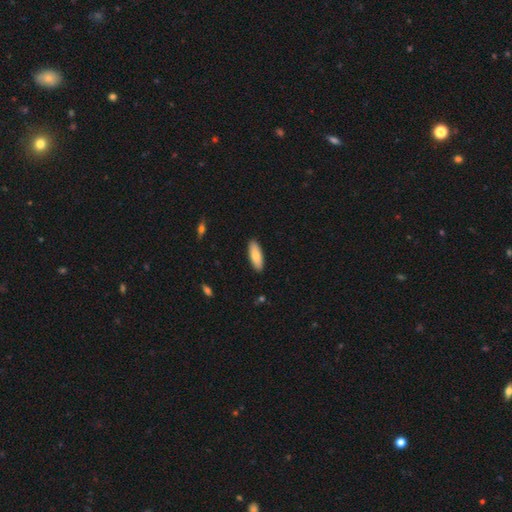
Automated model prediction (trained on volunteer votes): Overall: smooth (82%). How rounded: in between (64%; cigar-shaped 34%). Merging: none (90%).